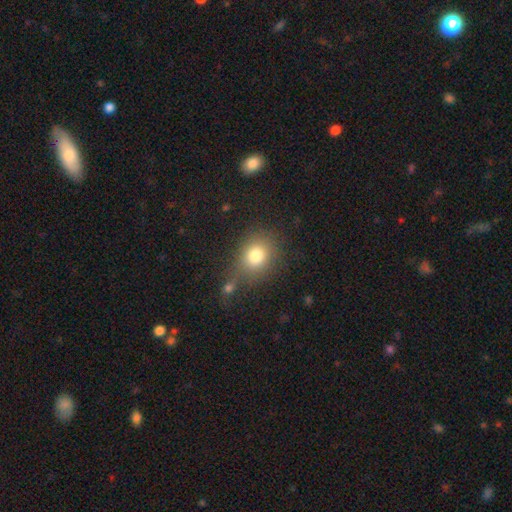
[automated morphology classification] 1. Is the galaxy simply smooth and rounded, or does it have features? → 80% smooth, 12% star or artifact, 9% featured or disk.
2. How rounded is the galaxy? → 63% round, 35% in between, 1% cigar-shaped.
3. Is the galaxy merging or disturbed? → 60% none, 16% merger, 15% minor disturbance, 9% major disturbance.